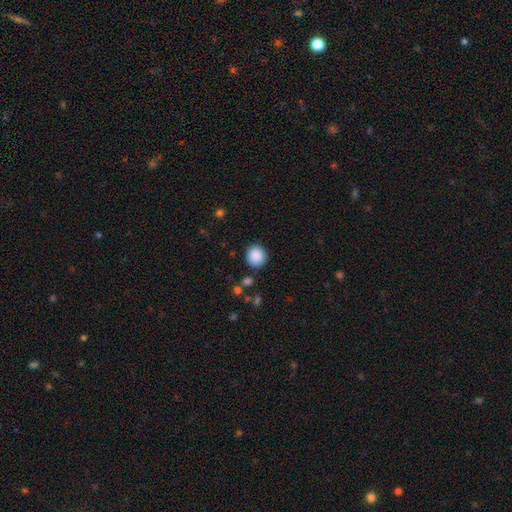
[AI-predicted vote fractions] Smooth or featured?
  - smooth: 89% *
  - star or artifact: 8%
  - featured or disk: 3%
How rounded?
  - round: 89% *
  - in between: 10%
  - cigar-shaped: 1%
Merging?
  - none: 87% *
  - minor disturbance: 8%
  - major disturbance: 3%
  - merger: 2%